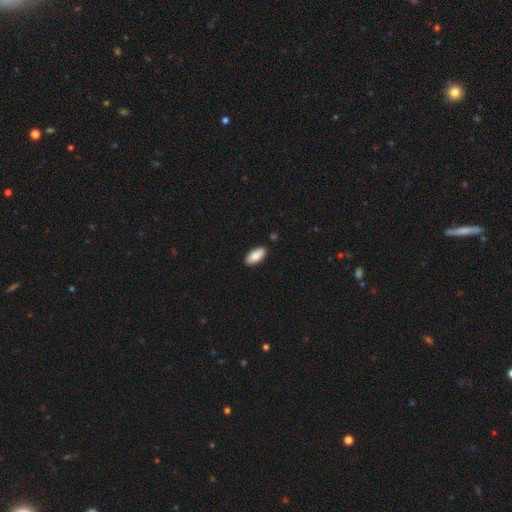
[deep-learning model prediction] smooth_or_featured: smooth (p=0.86) [alt: featured or disk p=0.08]
how_rounded: in between (p=0.90) [alt: cigar-shaped p=0.08]
merging: none (p=0.89) [alt: minor disturbance p=0.08]